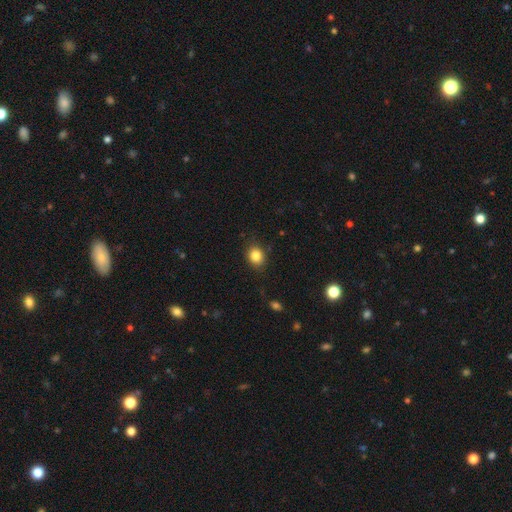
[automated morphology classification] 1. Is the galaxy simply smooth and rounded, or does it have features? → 84% smooth, 10% star or artifact, 6% featured or disk.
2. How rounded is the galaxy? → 61% round, 38% in between, 1% cigar-shaped.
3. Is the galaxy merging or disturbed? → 85% none, 11% minor disturbance, 3% major disturbance, 1% merger.